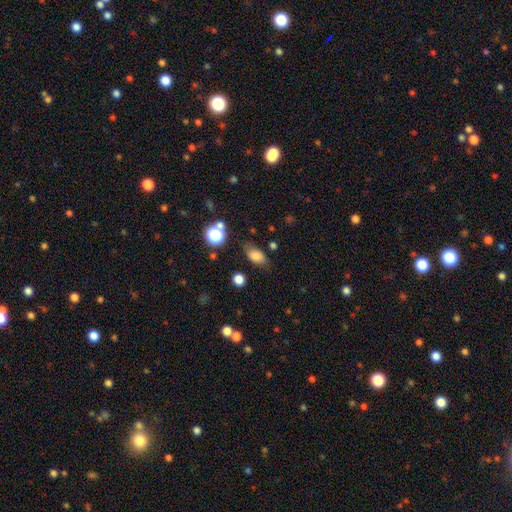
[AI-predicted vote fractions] Smooth or featured?
  - smooth: 80% *
  - star or artifact: 12%
  - featured or disk: 9%
How rounded?
  - in between: 83% *
  - round: 13%
  - cigar-shaped: 4%
Merging?
  - none: 71% *
  - minor disturbance: 20%
  - major disturbance: 6%
  - merger: 3%